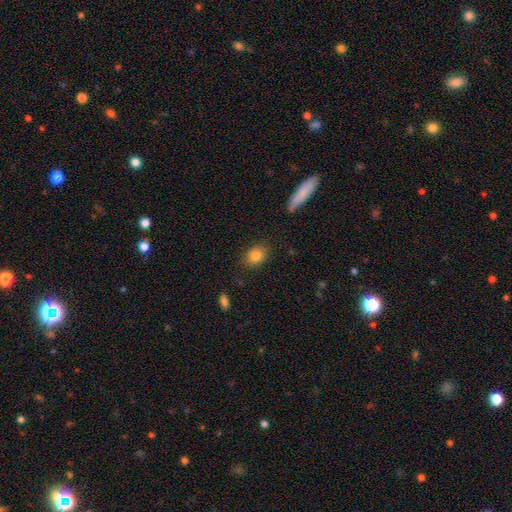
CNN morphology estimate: Smooth or featured? smooth (83%)
How rounded? in between (61%)
Merging? none (85%)